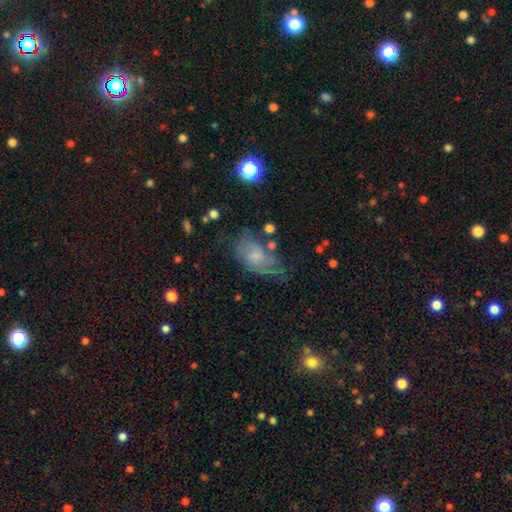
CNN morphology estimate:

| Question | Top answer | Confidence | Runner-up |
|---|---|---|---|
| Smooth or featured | smooth | 53% | featured or disk (37%) |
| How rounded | in between | 88% | round (8%) |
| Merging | none | 44% | minor disturbance (31%) |